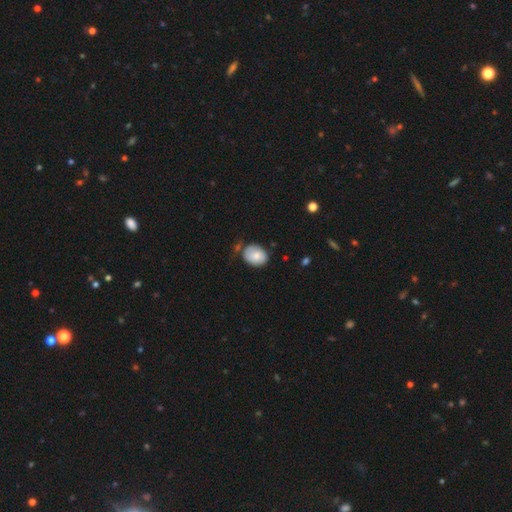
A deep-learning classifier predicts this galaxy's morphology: A smooth galaxy with no disk features (76%) that is in between round and cigar-shaped (54%).

Vote fractions:
- Smooth or featured? smooth: 76% / featured or disk: 17% / star or artifact: 7%
- How rounded? in between: 54% / round: 45% / cigar-shaped: 1%
- Merging? none: 60% / minor disturbance: 26% / major disturbance: 7% / merger: 6%